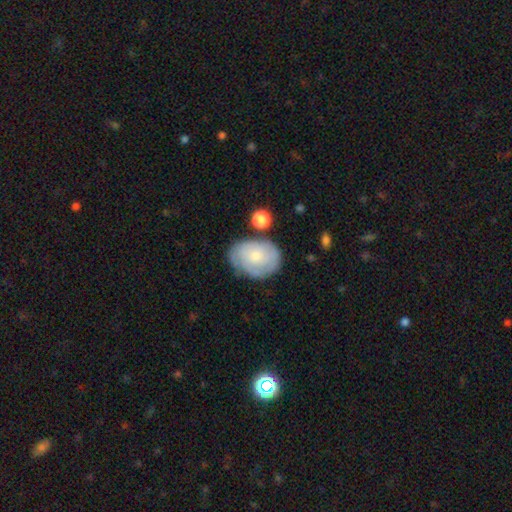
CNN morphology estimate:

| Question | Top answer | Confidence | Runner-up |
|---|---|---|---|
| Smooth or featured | smooth | 53% | featured or disk (41%) |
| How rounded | in between | 68% | round (31%) |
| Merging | none | 63% | minor disturbance (23%) |